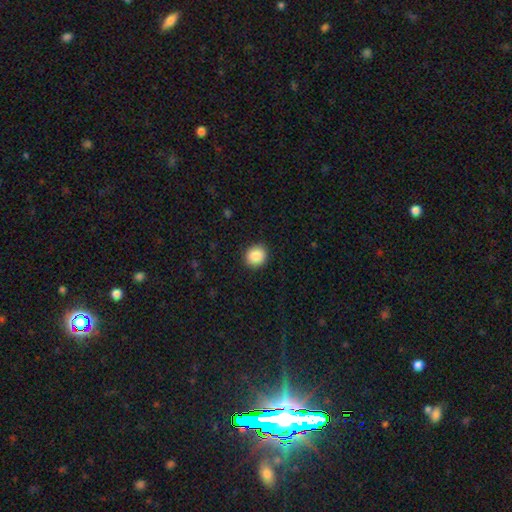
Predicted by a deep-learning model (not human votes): Smooth or featured? Predicted: smooth (p=0.89). How rounded? Predicted: round (p=0.80). Merging? Predicted: none (p=0.90).